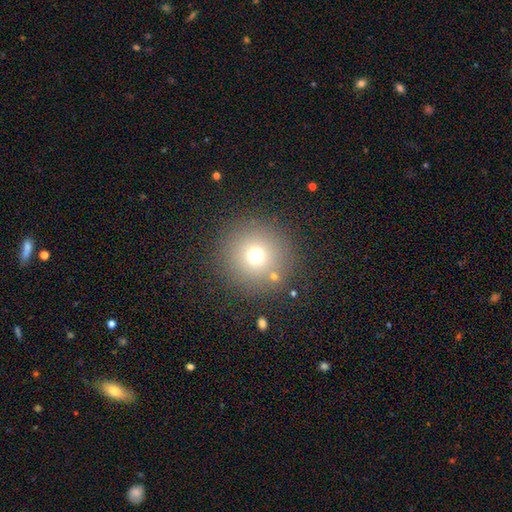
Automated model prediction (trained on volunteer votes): This is likely a smooth galaxy (70%). How rounded: clearly round (95%). Merging: clearly none (85%).